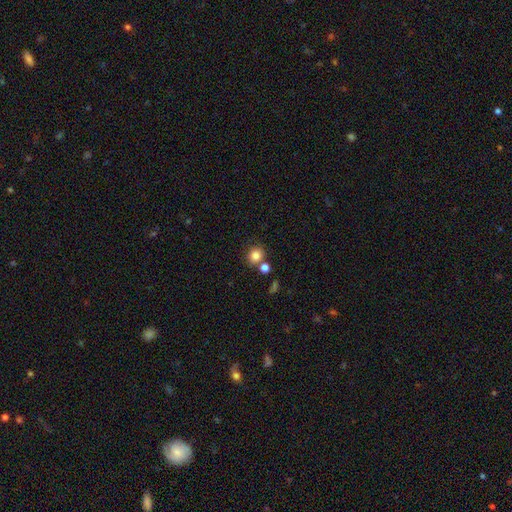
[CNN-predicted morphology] A smooth galaxy with no disk features (82%) that is round (80%).

Vote fractions:
- Smooth or featured? smooth: 82% / star or artifact: 11% / featured or disk: 6%
- How rounded? round: 80% / in between: 19% / cigar-shaped: 1%
- Merging? none: 68% / merger: 19% / minor disturbance: 10% / major disturbance: 4%